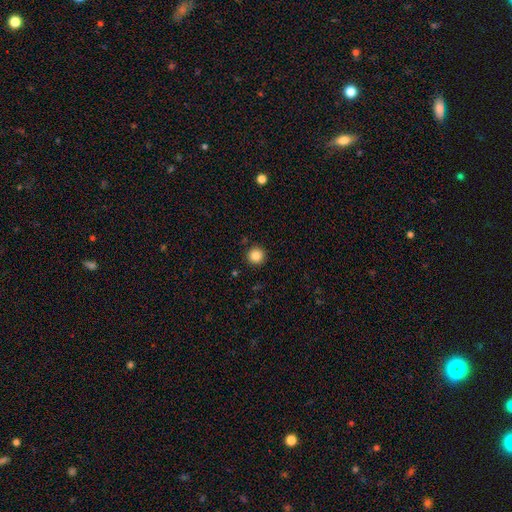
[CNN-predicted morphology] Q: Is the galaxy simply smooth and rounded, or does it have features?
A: smooth — 85%.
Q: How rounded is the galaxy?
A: round — 96%.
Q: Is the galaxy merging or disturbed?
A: none — 92%.